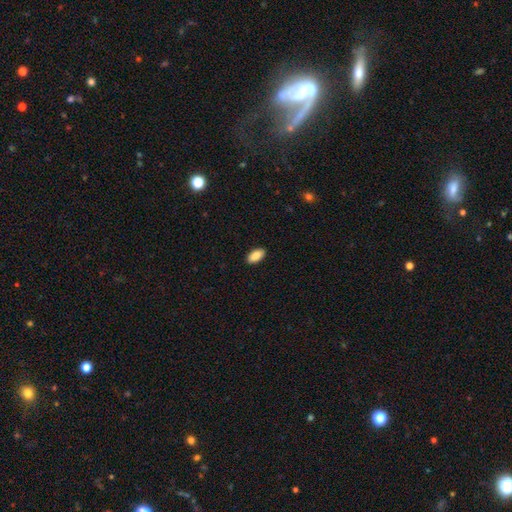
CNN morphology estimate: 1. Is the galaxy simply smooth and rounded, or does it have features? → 90% smooth, 7% star or artifact, 4% featured or disk.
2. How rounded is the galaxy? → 93% in between, 5% cigar-shaped, 3% round.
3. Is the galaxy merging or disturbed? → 90% none, 7% minor disturbance, 2% major disturbance, 1% merger.